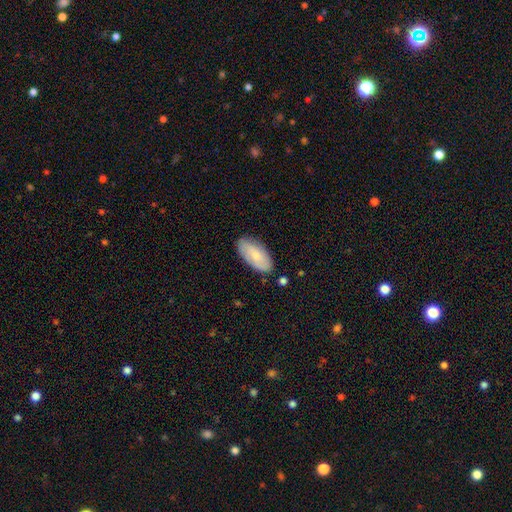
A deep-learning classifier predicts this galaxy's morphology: Smooth or featured? Predicted: smooth (p=0.70). How rounded? Predicted: in between (p=0.92). Merging? Predicted: none (p=0.82).